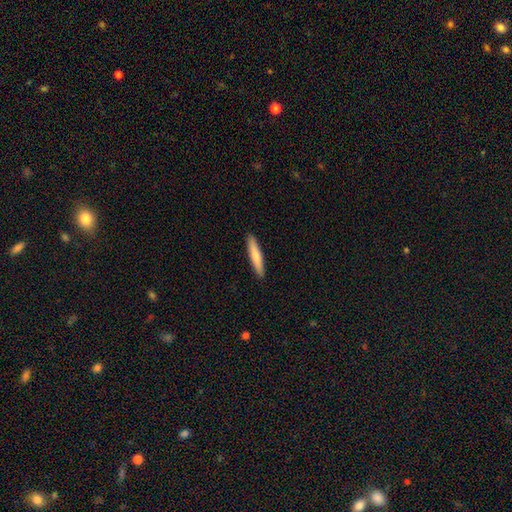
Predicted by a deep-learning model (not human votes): Overall: smooth (74%). How rounded: cigar-shaped (91%). Merging: none (92%).